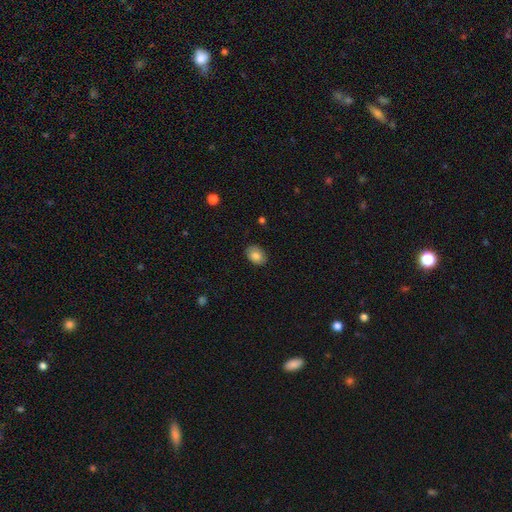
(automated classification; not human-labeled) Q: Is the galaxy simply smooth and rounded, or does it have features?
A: smooth — 83%.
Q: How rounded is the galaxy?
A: in between — 76%.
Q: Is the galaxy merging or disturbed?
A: none — 84%.